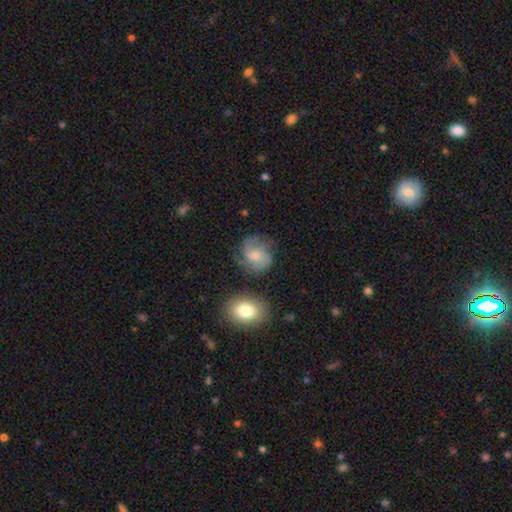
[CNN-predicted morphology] smooth_or_featured: featured or disk (p=0.63) [alt: smooth p=0.28]
disk_edge_on: no (p=0.98) [alt: yes p=0.02]
bar: no (p=0.68) [alt: weak p=0.28]
has_spiral_arms: yes (p=0.91) [alt: no p=0.09]
spiral_winding: medium (p=0.47) [alt: tight p=0.35]
spiral_arm_count: 2 (p=0.42) [alt: 3 p=0.23]
bulge_size: small (p=0.51) [alt: moderate p=0.38]
merging: none (p=0.63) [alt: minor disturbance p=0.21]